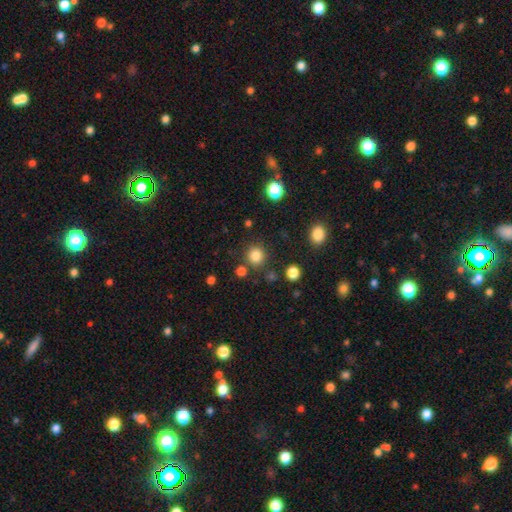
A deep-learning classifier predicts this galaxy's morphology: Smooth or featured? Predicted: smooth (p=0.83). How rounded? Predicted: round (p=0.92). Merging? Predicted: none (p=0.85).